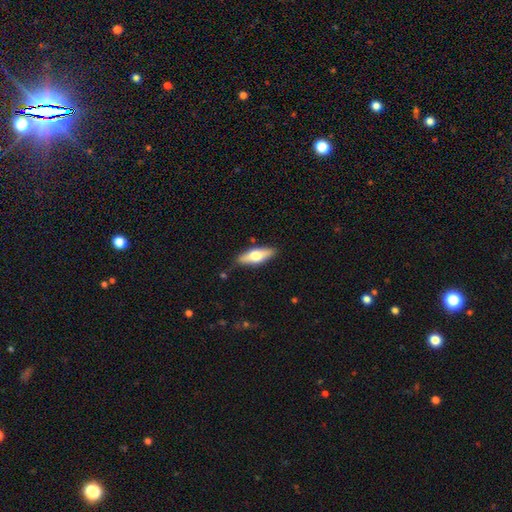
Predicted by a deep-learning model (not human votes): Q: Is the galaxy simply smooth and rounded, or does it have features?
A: smooth — 55%.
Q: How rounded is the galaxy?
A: in between — 60%.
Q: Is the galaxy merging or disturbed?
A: none — 84%.